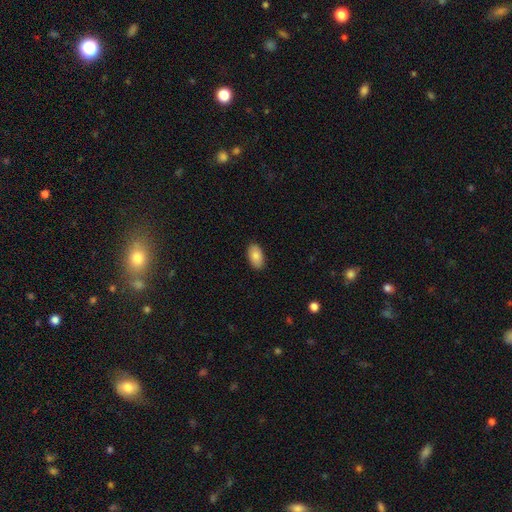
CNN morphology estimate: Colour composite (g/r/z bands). It shows a smooth galaxy with no disk features (87%) that is in between round and cigar-shaped (95%). Merging: none (89%).